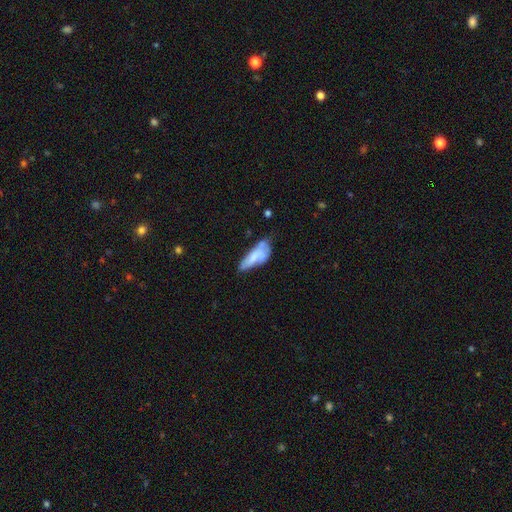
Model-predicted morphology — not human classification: A smooth galaxy with no disk features (62%) that is in between round and cigar-shaped (73%). Merging: minor disturbance (35%).